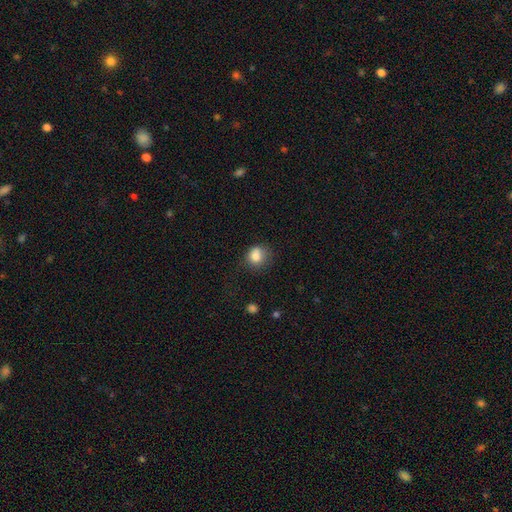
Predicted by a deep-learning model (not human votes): This appears to be a smooth galaxy with no disk features (82%) that is round (72%). Merging: none (60%).